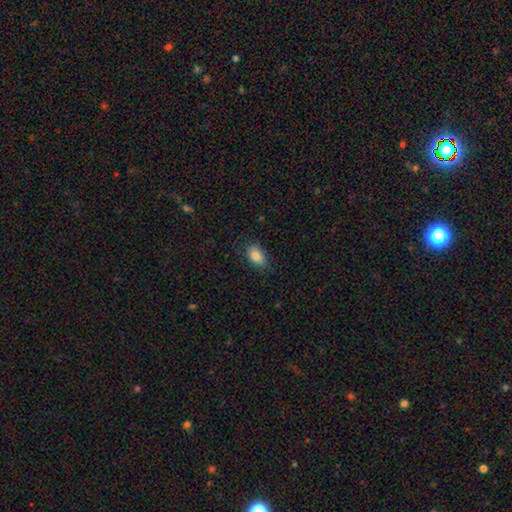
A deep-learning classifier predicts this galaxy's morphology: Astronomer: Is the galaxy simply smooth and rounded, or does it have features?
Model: smooth — 86%.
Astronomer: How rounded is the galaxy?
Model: in between — 90%.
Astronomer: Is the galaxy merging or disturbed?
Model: none — 79%.